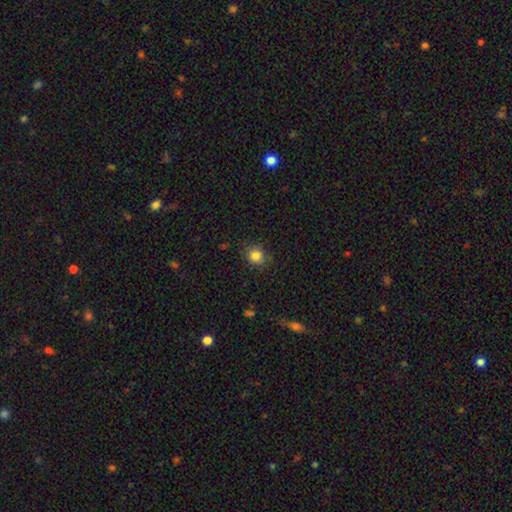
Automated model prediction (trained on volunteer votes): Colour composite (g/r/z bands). It shows a smooth galaxy with no disk features (83%) that is round (81%). Merging: none (83%).